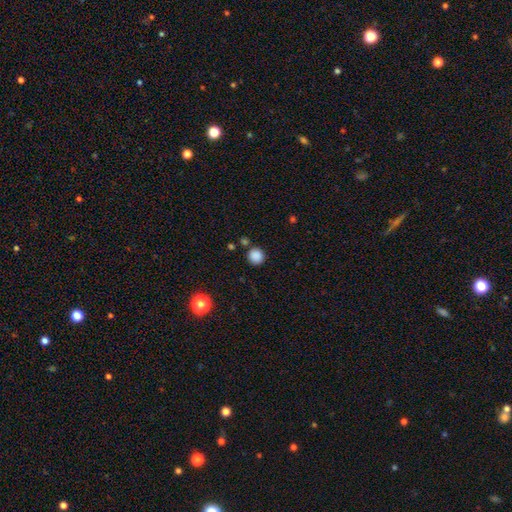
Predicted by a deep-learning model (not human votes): smooth_or_featured: smooth (p=0.86) [alt: star or artifact p=0.11]
how_rounded: round (p=0.92) [alt: in between p=0.07]
merging: none (p=0.83) [alt: minor disturbance p=0.08]